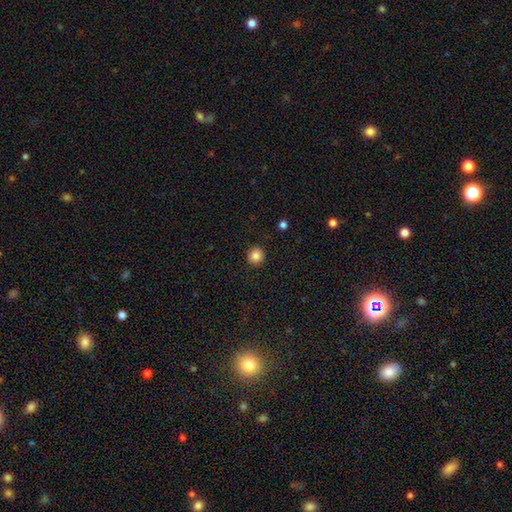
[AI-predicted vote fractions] Smooth or featured?
  - smooth: 84% *
  - star or artifact: 10%
  - featured or disk: 6%
How rounded?
  - round: 94% *
  - in between: 5%
  - cigar-shaped: 1%
Merging?
  - none: 92% *
  - minor disturbance: 5%
  - major disturbance: 2%
  - merger: 1%